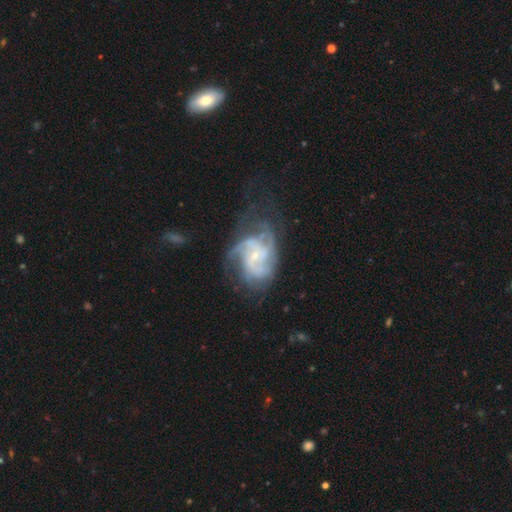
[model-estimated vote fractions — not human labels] This is clearly a featured or disk galaxy (84%). It is clearly not viewed edge-on (98%). Bar: possibly no (59%). Spiral arm pattern: clearly yes (94%). Spiral arm count: marginally can't tell (28%). Spiral winding: possibly medium (46%). Central bulge: likely small (74%). Merging: possibly none (50%).